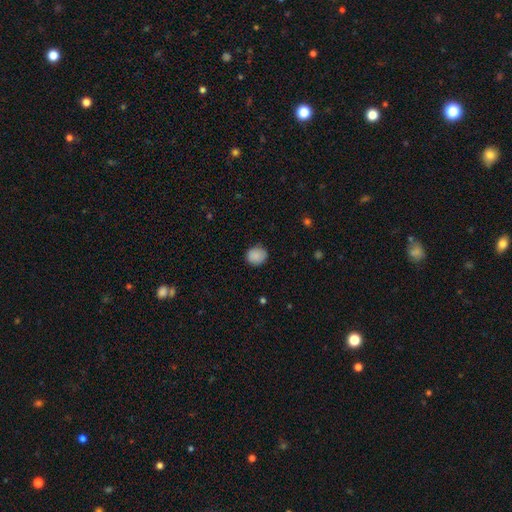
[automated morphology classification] Smooth or featured? smooth (88%)
How rounded? round (82%)
Merging? none (84%)